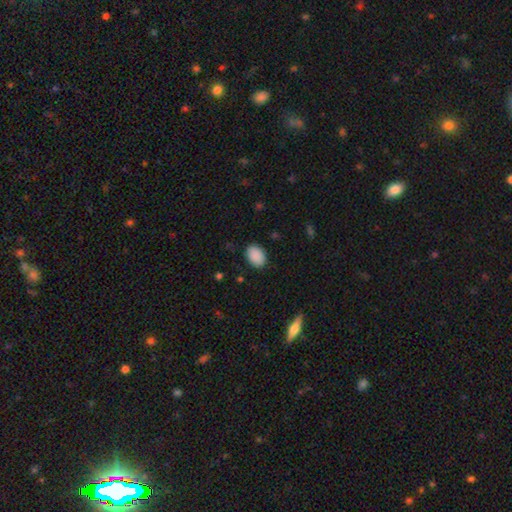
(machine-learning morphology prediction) This appears to be a smooth galaxy with no disk features (90%) that is in between round and cigar-shaped (82%). Merging: none (86%).